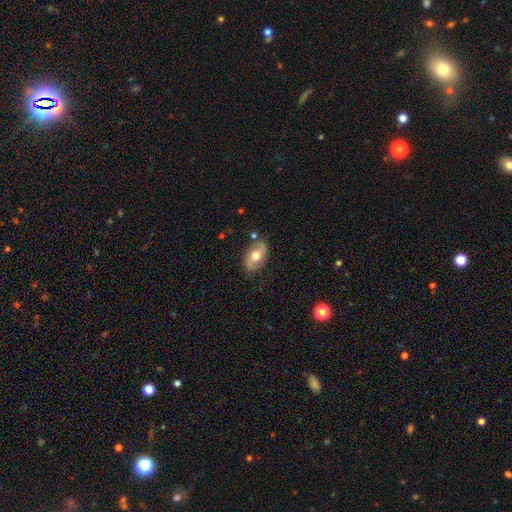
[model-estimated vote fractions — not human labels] Smooth or featured?
  - smooth: 53% *
  - featured or disk: 40%
  - star or artifact: 7%
How rounded?
  - in between: 89% *
  - round: 9%
  - cigar-shaped: 2%
Merging?
  - none: 76% *
  - minor disturbance: 17%
  - major disturbance: 4%
  - merger: 3%